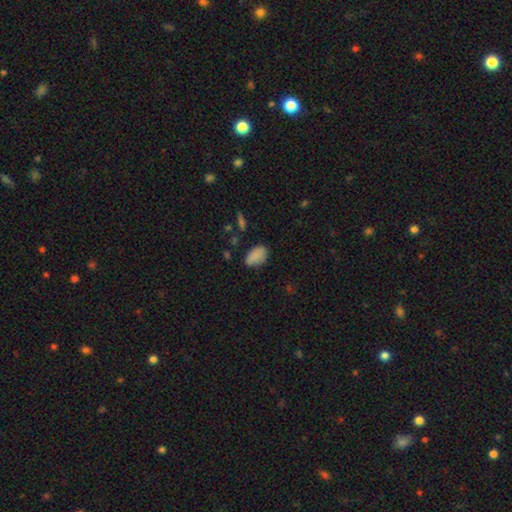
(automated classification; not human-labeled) This is clearly a smooth galaxy (85%). How rounded: clearly in between (91%). Merging: likely none (67%).